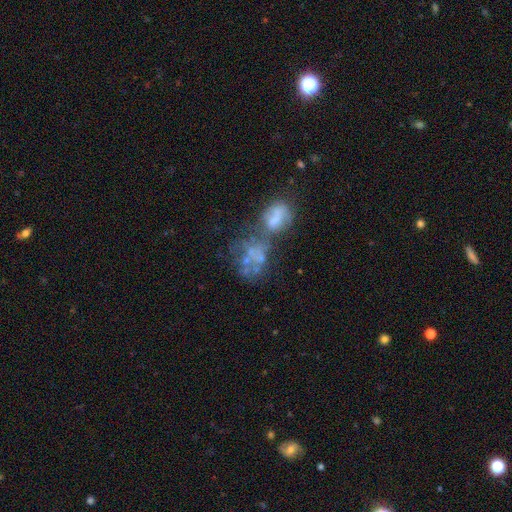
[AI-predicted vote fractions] Smooth or featured? Predicted: featured or disk (p=0.51). Edge-on disk? Predicted: no (p=0.97). Bar? Predicted: no (p=0.92). Spiral arms? Predicted: no (p=0.95). Bulge size? Predicted: none (p=0.73). Merging? Predicted: merger (p=0.58).